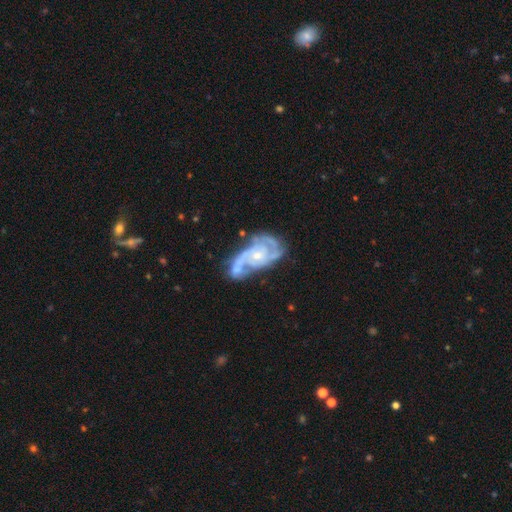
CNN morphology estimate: type=featured or disk (87%); edge-on=no (97%); bar=no (68%); spiral arms=yes (96%); winding=tight (45%); arm count=2 (37%); bulge=small (65%); merging=none (42%).